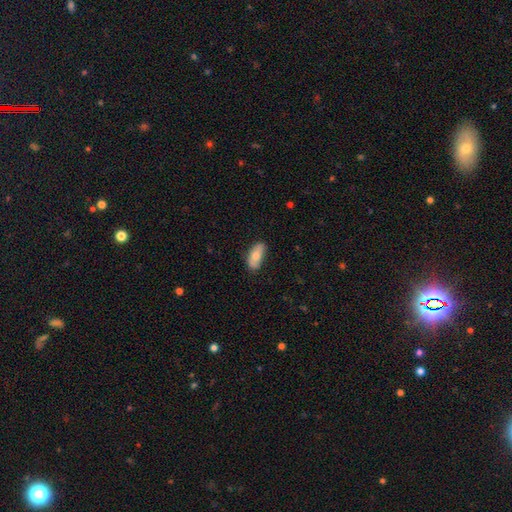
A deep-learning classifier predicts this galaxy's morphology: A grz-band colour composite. It shows a smooth galaxy with no disk features (67%) that is in between round and cigar-shaped (87%). Merging: none (76%).